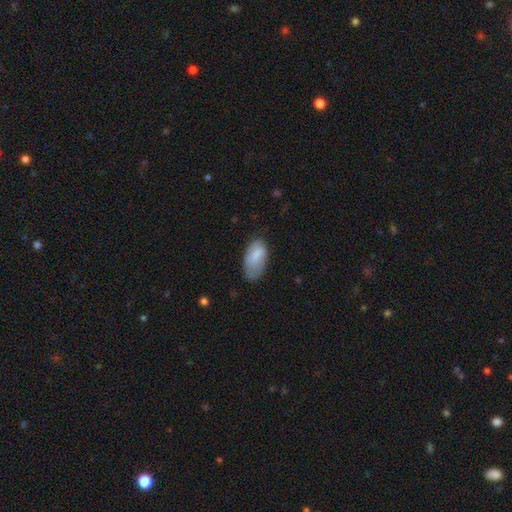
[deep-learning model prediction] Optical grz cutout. It shows a smooth galaxy with no disk features (79%) that is in between round and cigar-shaped (94%). Merging: none (53%).